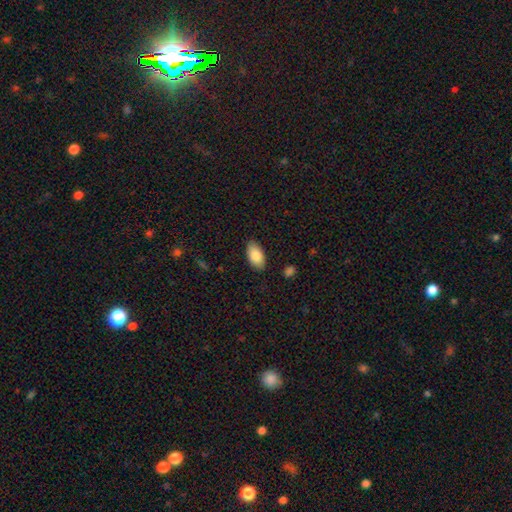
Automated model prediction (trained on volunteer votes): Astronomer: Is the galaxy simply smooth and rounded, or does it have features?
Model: smooth — 86%.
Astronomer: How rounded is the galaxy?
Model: in between — 94%.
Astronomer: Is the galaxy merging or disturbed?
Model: none — 86%.